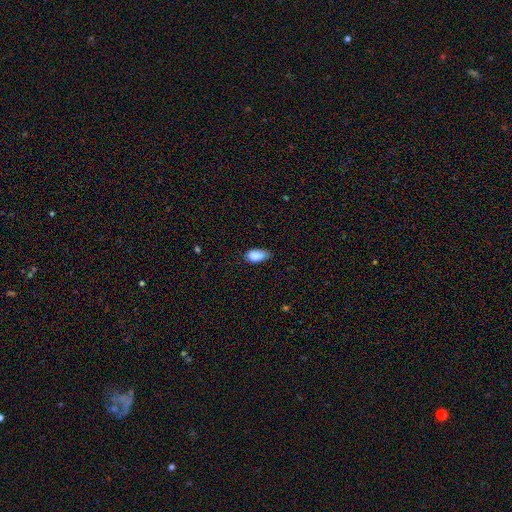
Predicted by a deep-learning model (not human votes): This appears to be a smooth galaxy with no disk features (87%) that is in between round and cigar-shaped (92%). Merging: none (54%).